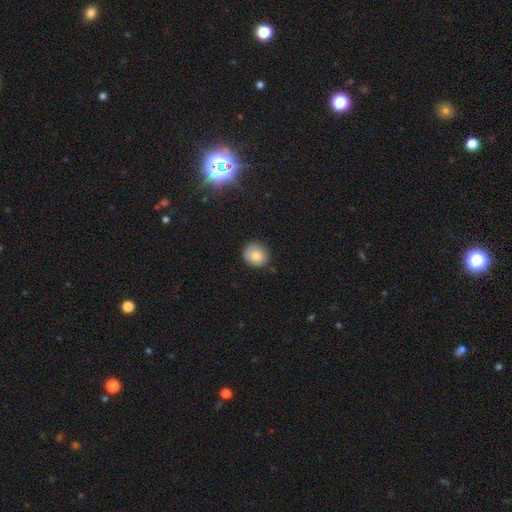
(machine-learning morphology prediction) Smooth or featured: smooth — 80% (featured or disk — 10%)
How rounded: round — 80% (in between — 19%)
Merging: none — 84% (minor disturbance — 13%)